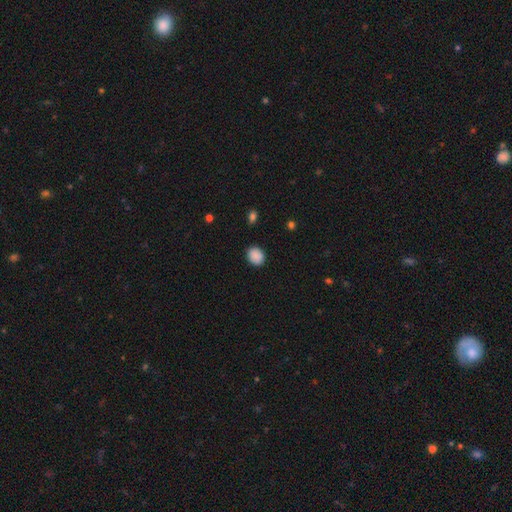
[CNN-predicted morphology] Smooth or featured?
  - smooth: 88% *
  - star or artifact: 8%
  - featured or disk: 3%
How rounded?
  - round: 65% *
  - in between: 34%
  - cigar-shaped: 1%
Merging?
  - none: 88% *
  - minor disturbance: 9%
  - major disturbance: 2%
  - merger: 1%